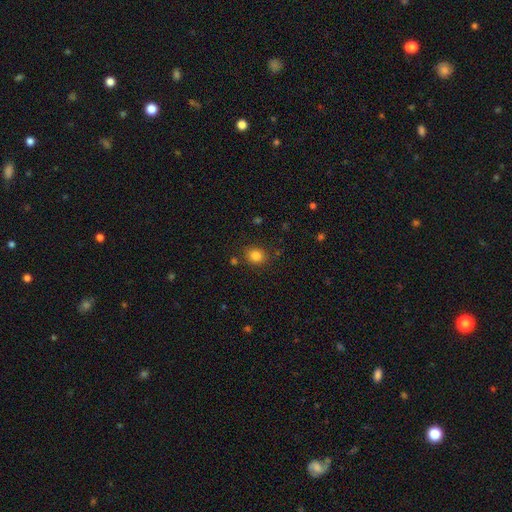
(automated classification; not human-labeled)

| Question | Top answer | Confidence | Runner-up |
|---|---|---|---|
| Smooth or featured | smooth | 82% | star or artifact (12%) |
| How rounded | round | 73% | in between (26%) |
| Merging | none | 83% | minor disturbance (11%) |